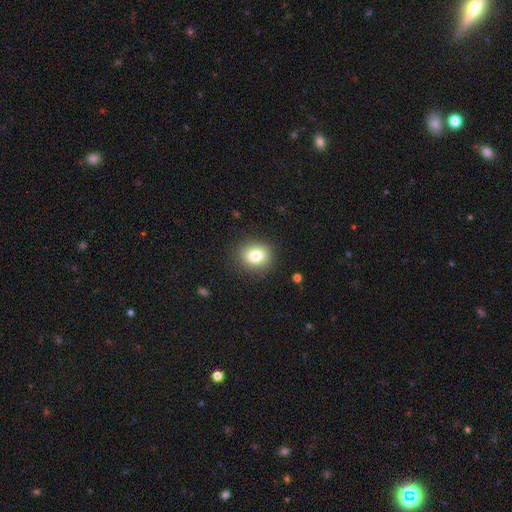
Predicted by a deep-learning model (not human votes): Overall: smooth (81%). How rounded: round (69%; in between 31%). Merging: none (88%).